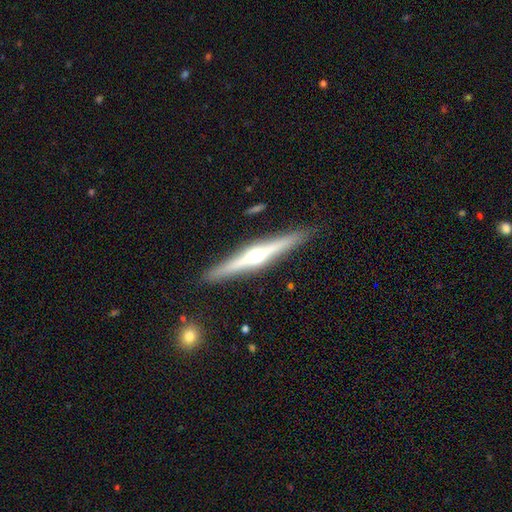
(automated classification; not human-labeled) featured or disk 78%, smooth 17%, star or artifact 5%. Down the decision tree: edge-on disk — yes (98%); edge-on bulge — rounded (92%); merging — none (91%).